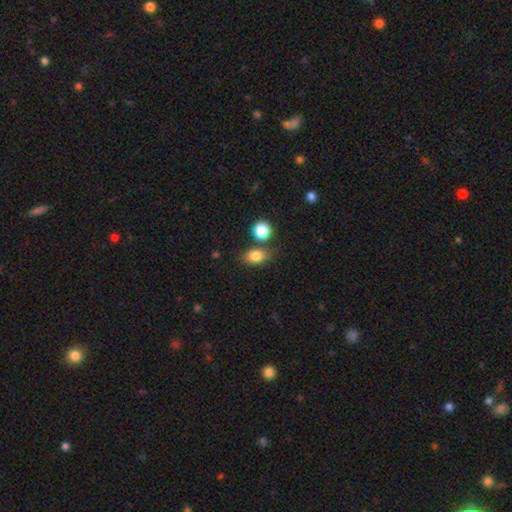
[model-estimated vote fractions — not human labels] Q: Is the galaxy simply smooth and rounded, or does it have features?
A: smooth — 82%.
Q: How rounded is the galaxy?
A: in between — 74%.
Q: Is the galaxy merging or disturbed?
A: none — 66%.